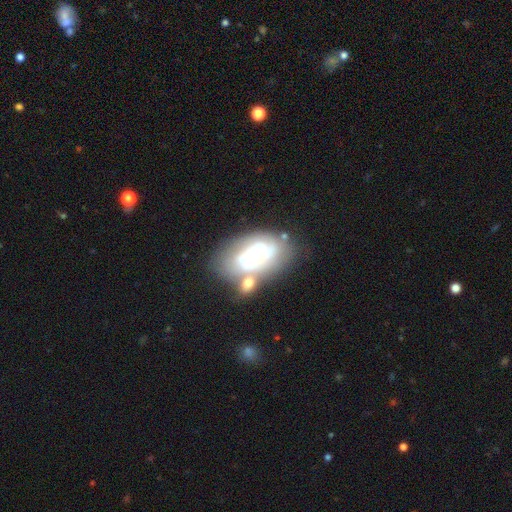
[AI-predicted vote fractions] Smooth or featured? Predicted: featured or disk (p=0.69). Edge-on disk? Predicted: no (p=0.96). Bar? Predicted: no (p=0.77). Spiral arms? Predicted: yes (p=0.58). Bulge size? Predicted: small (p=0.50). Merging? Predicted: none (p=0.41).